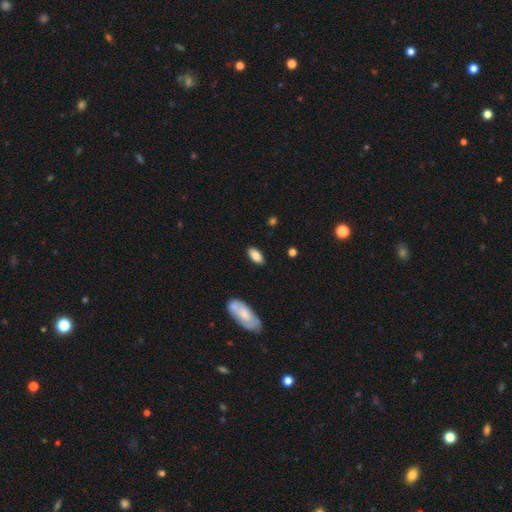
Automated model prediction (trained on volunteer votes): This appears to be a smooth galaxy with no disk features (85%) that is in between round and cigar-shaped (91%). Merging: none (85%).